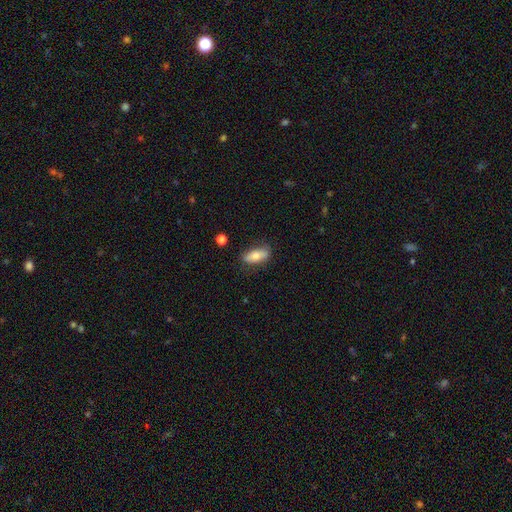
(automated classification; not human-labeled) smooth-or-featured: smooth: 71% | featured or disk: 23% | star or artifact: 7%
  how-rounded: in between: 81% | cigar-shaped: 15% | round: 3%
  merging: none: 78% | minor disturbance: 16% | major disturbance: 4% | merger: 2%